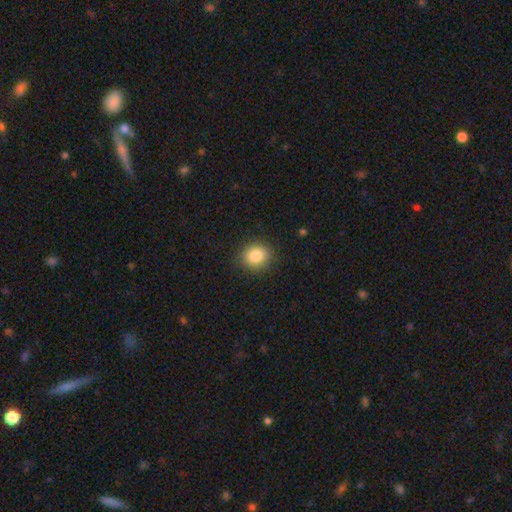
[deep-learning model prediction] Overall: smooth (85%). How rounded: round (78%). Merging: none (89%).